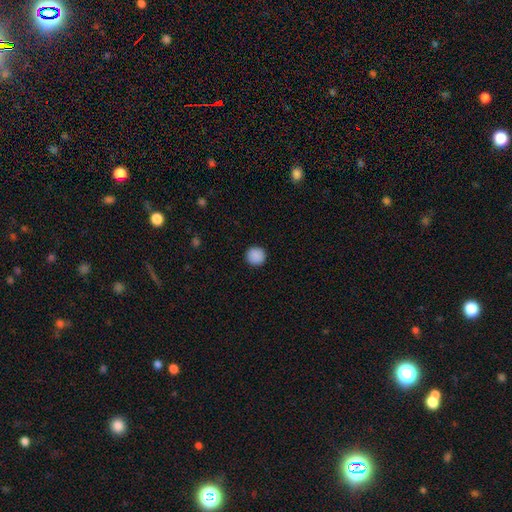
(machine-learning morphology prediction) This appears to be a smooth galaxy with no disk features (89%) that is round (95%). Merging: none (93%).